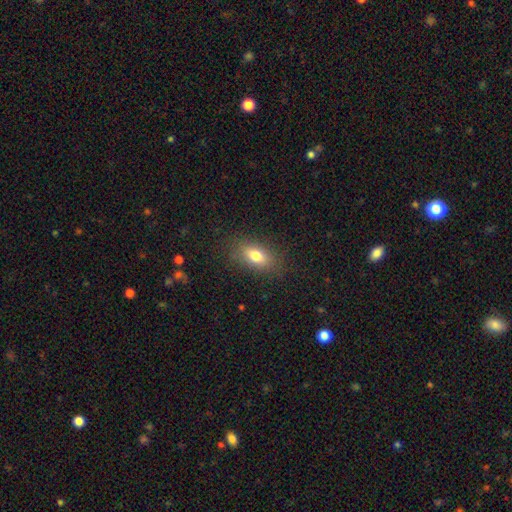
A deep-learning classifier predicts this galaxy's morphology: Smooth or featured: smooth — 78% (featured or disk — 12%)
How rounded: in between — 84% (round — 9%)
Merging: none — 84% (minor disturbance — 11%)